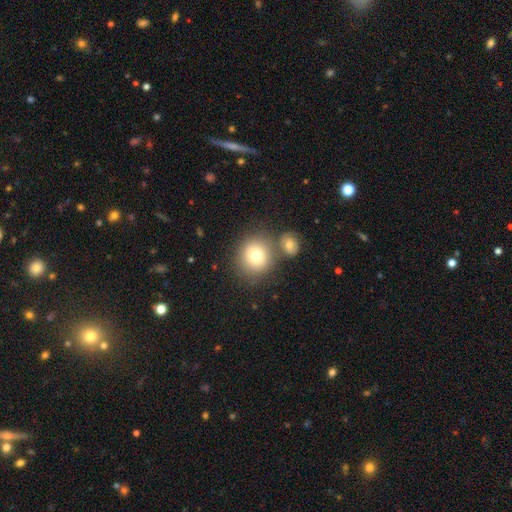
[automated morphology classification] Q: Smooth or featured?
A: smooth (76%); runner-up: featured or disk (13%)
Q: How rounded?
A: round (88%); runner-up: in between (11%)
Q: Merging?
A: none (68%); runner-up: merger (19%)